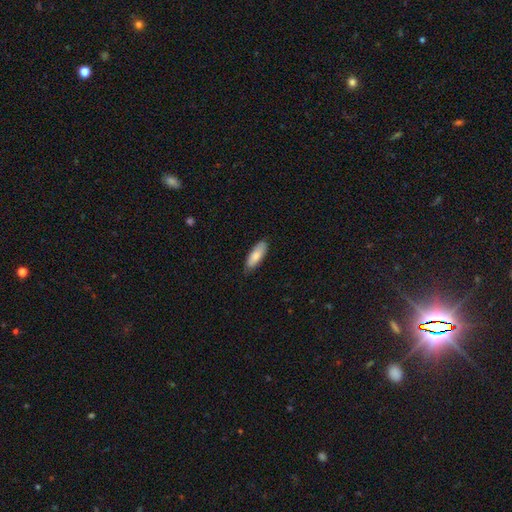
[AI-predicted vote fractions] smooth 82%, featured or disk 13%, star or artifact 5%. Down the decision tree: how rounded — in between (67%); merging — none (81%).